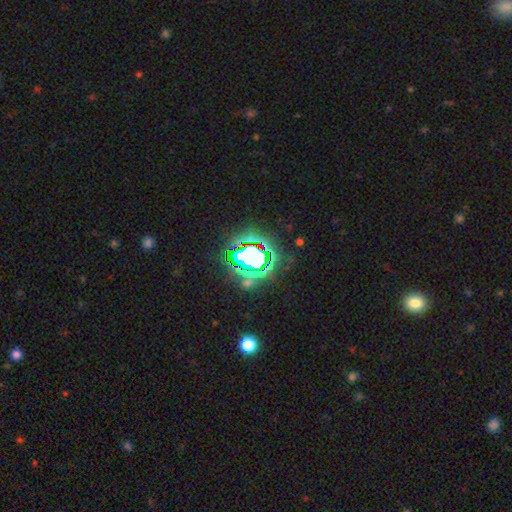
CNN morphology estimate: type=star or artifact (75%).